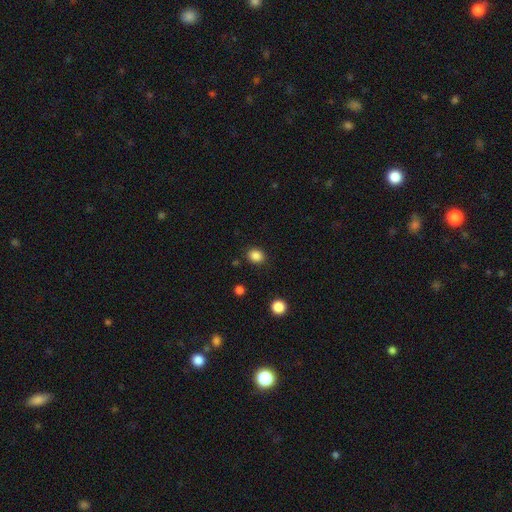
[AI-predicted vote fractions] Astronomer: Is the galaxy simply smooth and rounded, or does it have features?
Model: smooth — 86%.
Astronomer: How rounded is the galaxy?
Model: round — 61% (runner-up: in between, 38%).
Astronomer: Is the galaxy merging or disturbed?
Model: none — 88%.